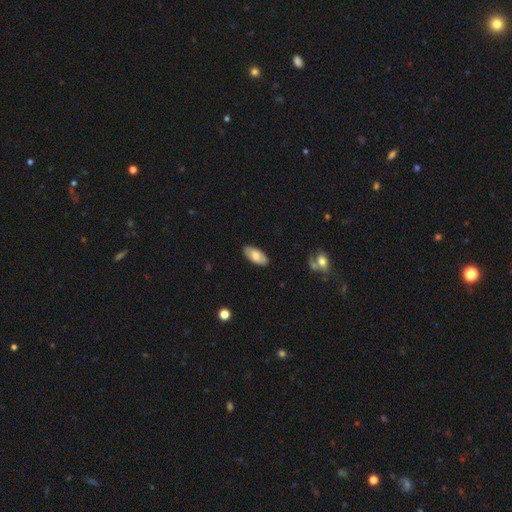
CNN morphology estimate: Smooth or featured? Predicted: smooth (p=0.67). How rounded? Predicted: in between (p=0.92). Merging? Predicted: none (p=0.86).